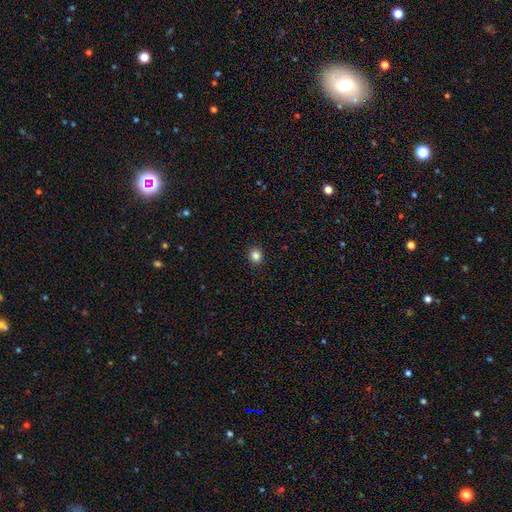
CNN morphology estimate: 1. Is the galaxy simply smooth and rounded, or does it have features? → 85% smooth, 11% star or artifact, 4% featured or disk.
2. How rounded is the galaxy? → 74% round, 25% in between, 1% cigar-shaped.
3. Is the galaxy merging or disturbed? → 92% none, 6% minor disturbance, 2% major disturbance, 1% merger.